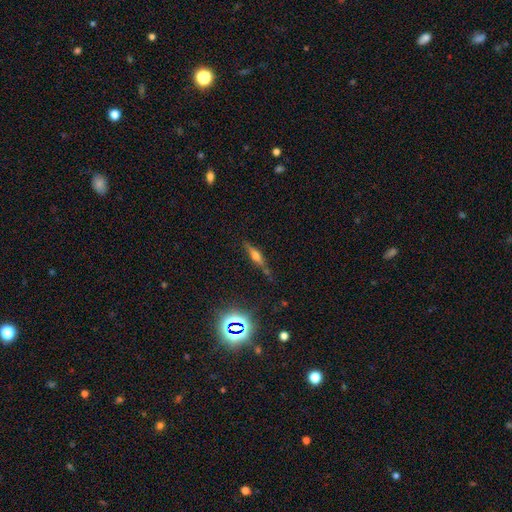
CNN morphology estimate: smooth-or-featured: featured or disk: 52% | smooth: 34% | star or artifact: 14%
  disk-edge-on: yes: 93% | no: 7%
  merging: none: 76% | minor disturbance: 16% | major disturbance: 4% | merger: 4%